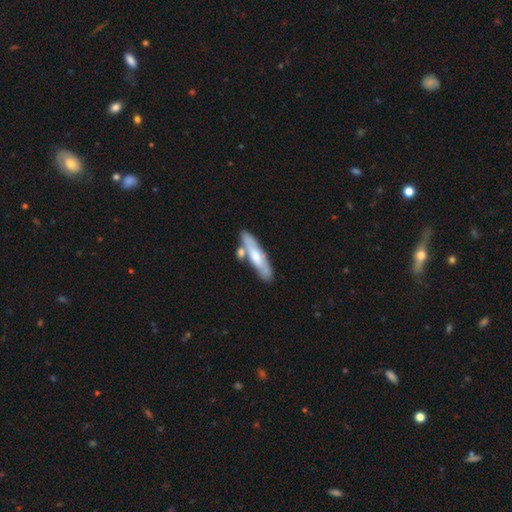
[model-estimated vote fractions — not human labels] Overall: smooth (55%; featured or disk 39%). How rounded: cigar-shaped (75%). Merging: none (62%).